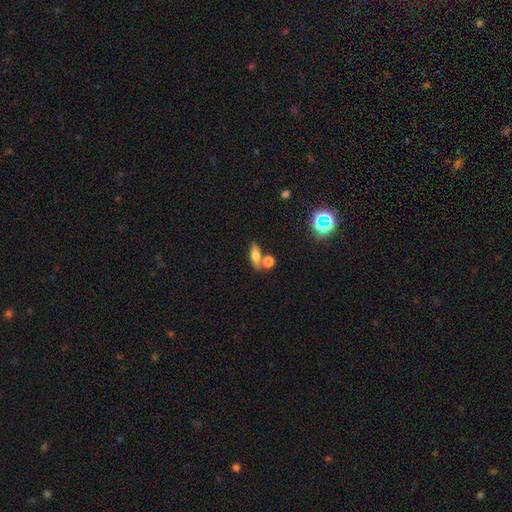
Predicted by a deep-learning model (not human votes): Q: Smooth or featured?
A: smooth (69%); runner-up: featured or disk (18%)
Q: How rounded?
A: in between (65%); runner-up: cigar-shaped (24%)
Q: Merging?
A: none (56%); runner-up: merger (28%)